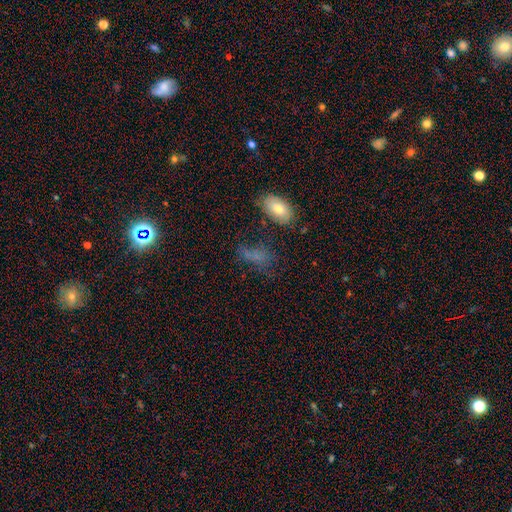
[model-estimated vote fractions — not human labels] This appears to be a smooth galaxy with no disk features (59%) that is in between round and cigar-shaped (79%). Merging: none (47%).